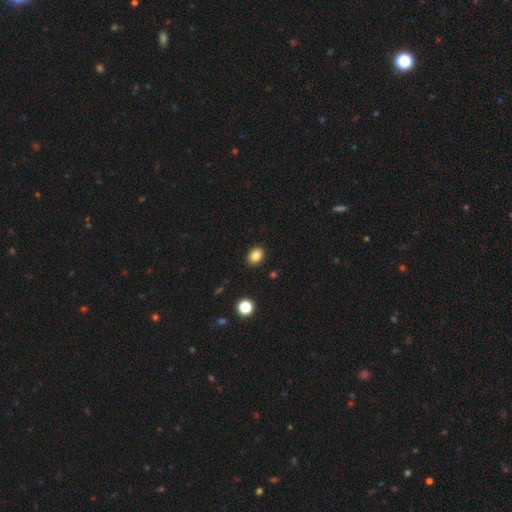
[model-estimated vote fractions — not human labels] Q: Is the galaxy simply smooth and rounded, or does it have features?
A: smooth — 85%.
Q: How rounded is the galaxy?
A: in between — 62%.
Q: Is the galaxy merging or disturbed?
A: none — 89%.